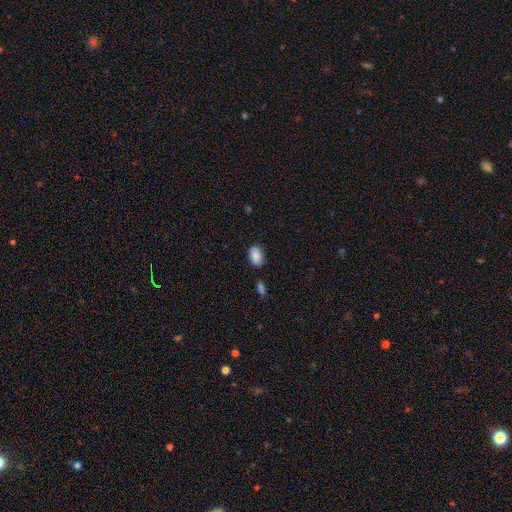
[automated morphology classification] Overall: smooth (87%). How rounded: in between (90%). Merging: none (80%).